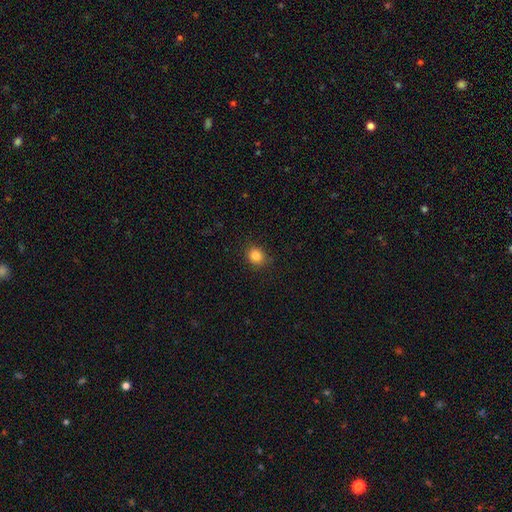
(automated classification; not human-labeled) This appears to be a smooth galaxy with no disk features (85%) that is round (78%). Merging: none (88%).